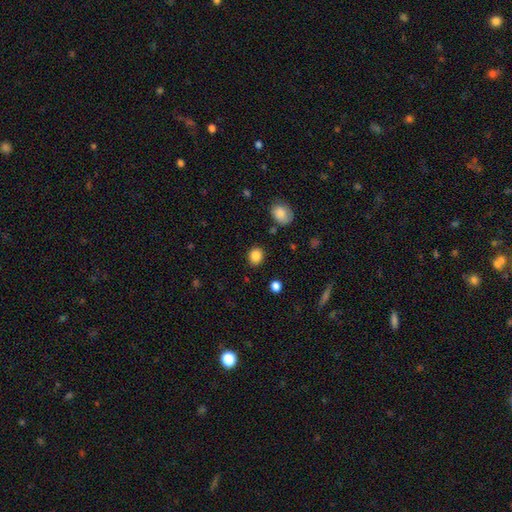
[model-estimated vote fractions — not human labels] A smooth galaxy with no disk features (86%) that is round (68%). Merging: none (85%).